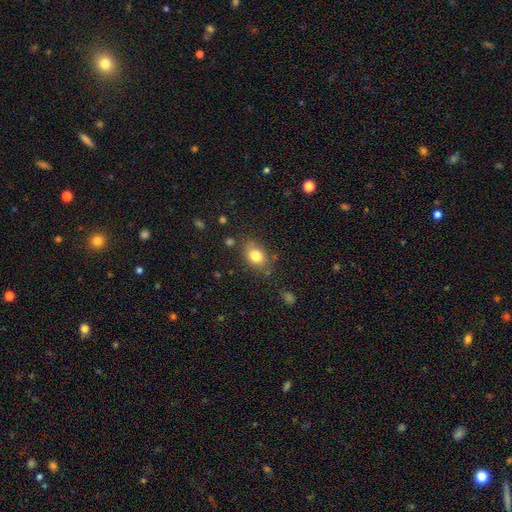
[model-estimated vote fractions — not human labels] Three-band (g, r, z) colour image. It shows a smooth galaxy with no disk features (80%) that is in between round and cigar-shaped (73%). Merging: none (76%).